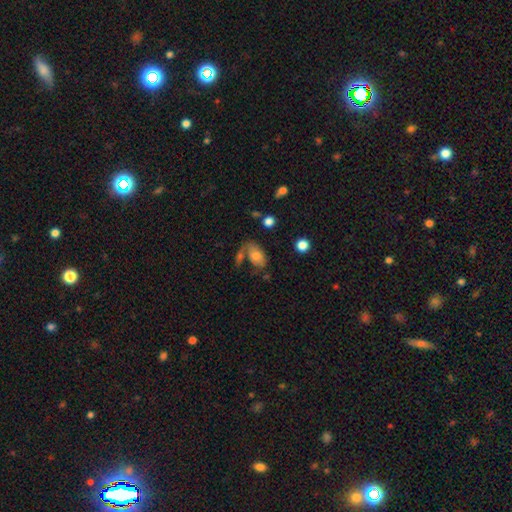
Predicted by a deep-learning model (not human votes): This is likely a smooth galaxy (70%). How rounded: clearly in between (89%). Merging: marginally none (41%).